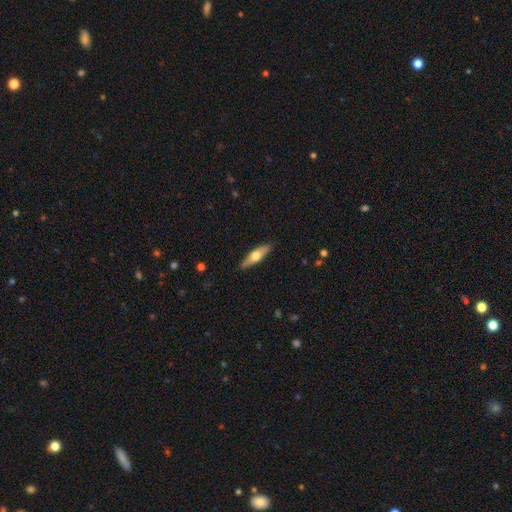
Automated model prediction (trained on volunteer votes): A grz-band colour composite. It shows a featured or disk galaxy (50%) viewed edge-on (92%). Merging: none (89%).